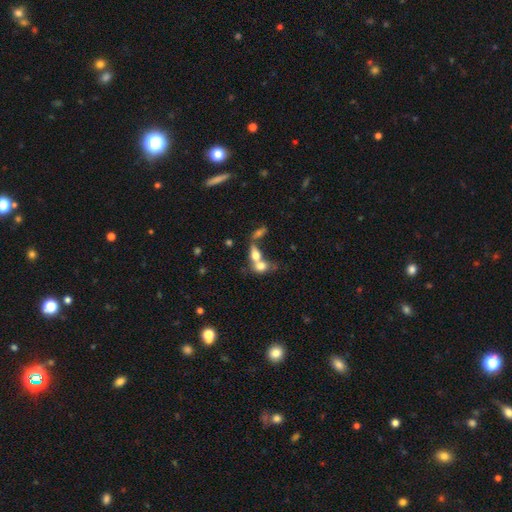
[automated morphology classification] This appears to be a smooth galaxy with no disk features (68%) that is in between round and cigar-shaped (62%). Merging: merger (71%).